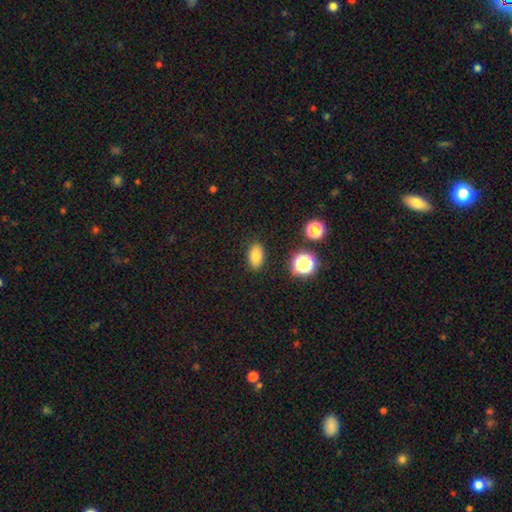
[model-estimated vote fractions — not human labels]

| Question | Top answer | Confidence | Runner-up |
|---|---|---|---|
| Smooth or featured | smooth | 80% | star or artifact (12%) |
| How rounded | in between | 87% | round (11%) |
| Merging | none | 87% | minor disturbance (9%) |